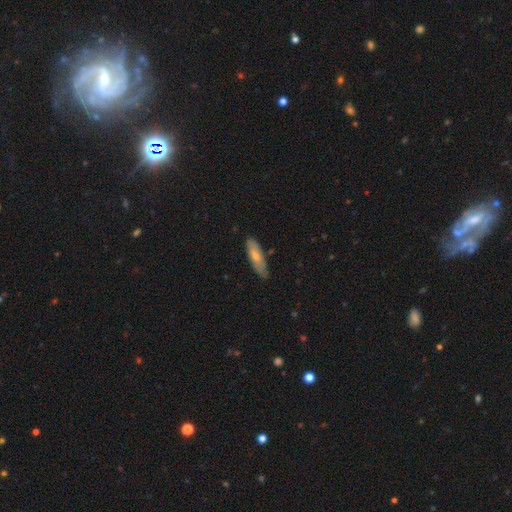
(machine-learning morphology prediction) This is likely a smooth galaxy (65%). How rounded: possibly cigar-shaped (53%). Merging: likely none (75%).